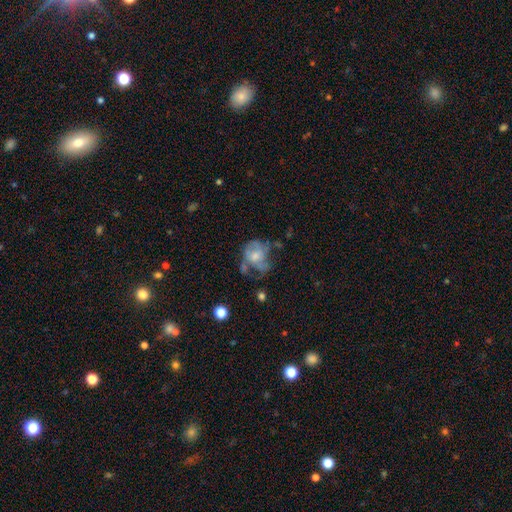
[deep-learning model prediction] Smooth or featured?
  - featured or disk: 52% *
  - smooth: 39%
  - star or artifact: 9%
Edge-on disk?
  - no: 97% *
  - yes: 3%
Bar?
  - no: 76% *
  - weak: 21%
  - strong: 4%
Spiral arms?
  - no: 56% *
  - yes: 44%
Bulge size?
  - moderate: 47% *
  - small: 32%
  - none: 12%
  - large: 8%
  - dominant: 2%
Merging?
  - major disturbance: 38% *
  - none: 29%
  - minor disturbance: 24%
  - merger: 10%